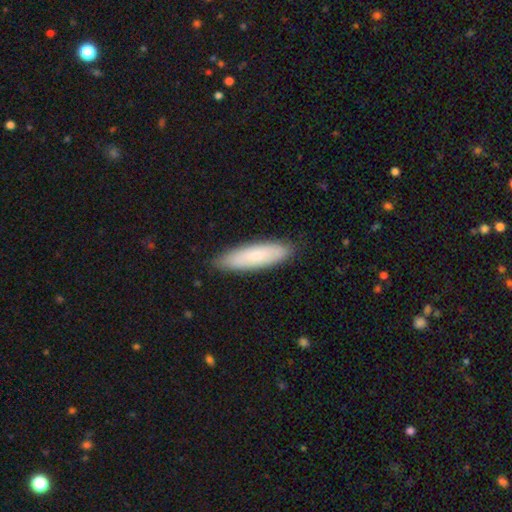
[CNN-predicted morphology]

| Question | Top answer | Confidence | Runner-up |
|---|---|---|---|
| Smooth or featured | smooth | 76% | featured or disk (19%) |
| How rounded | cigar-shaped | 61% | in between (37%) |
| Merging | none | 87% | minor disturbance (10%) |